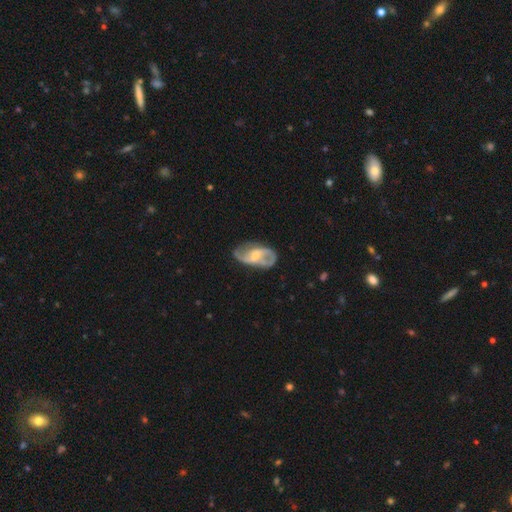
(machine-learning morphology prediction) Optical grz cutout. It shows a featured or disk galaxy (82%) with a weak bar (50%), 2 (87%) loose (46%) spiral arms (93%) and a small central bulge (44%). Merging: none (68%).